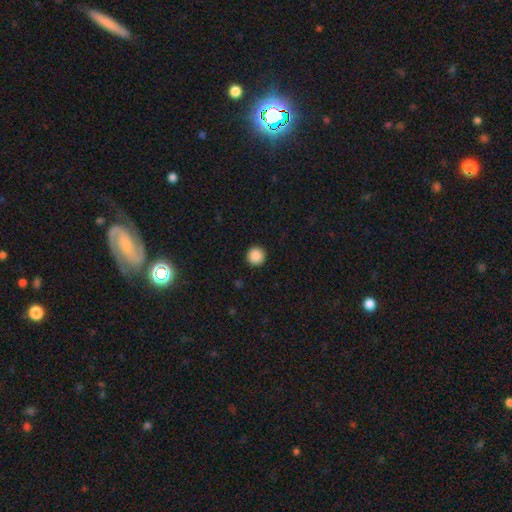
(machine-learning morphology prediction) smooth_or_featured: smooth (p=0.89) [alt: star or artifact p=0.09]
how_rounded: round (p=0.96) [alt: in between p=0.03]
merging: none (p=0.93) [alt: minor disturbance p=0.04]